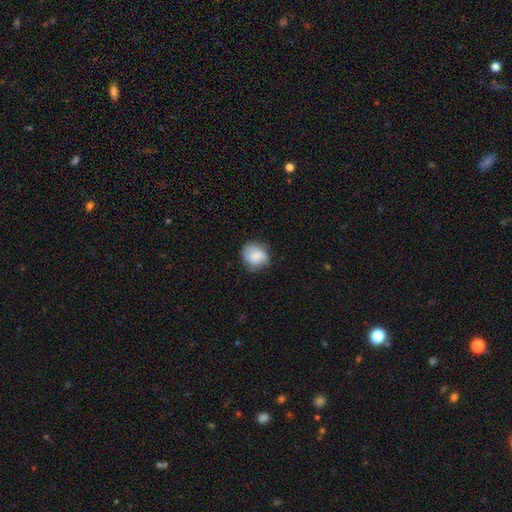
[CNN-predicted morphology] This appears to be a smooth galaxy with no disk features (82%) that is round (69%). Merging: none (66%).